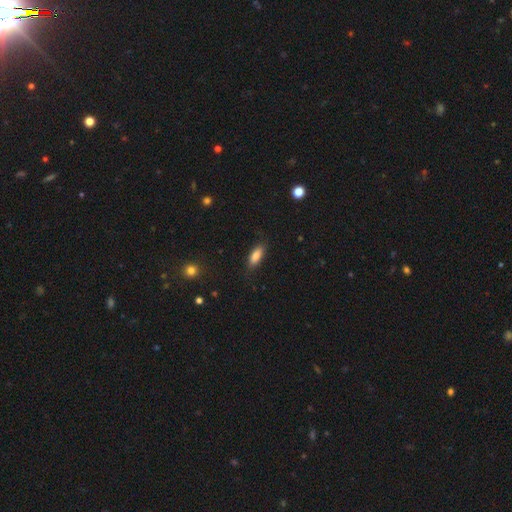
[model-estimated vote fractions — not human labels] Smooth or featured? smooth (83%)
How rounded? in between (73%)
Merging? none (83%)